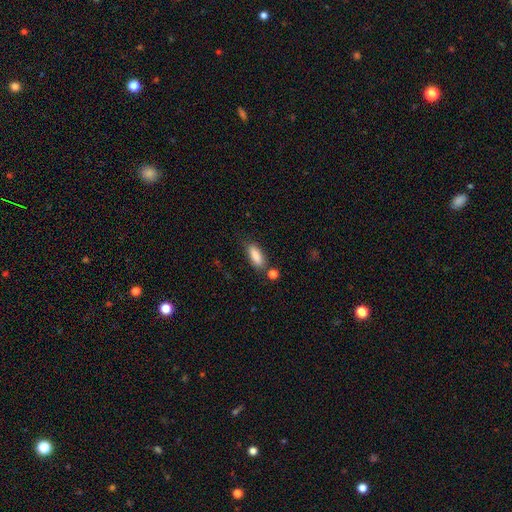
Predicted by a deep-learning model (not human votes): Q: Smooth or featured?
A: smooth (86%); runner-up: star or artifact (7%)
Q: How rounded?
A: in between (69%); runner-up: cigar-shaped (29%)
Q: Merging?
A: none (69%); runner-up: minor disturbance (17%)